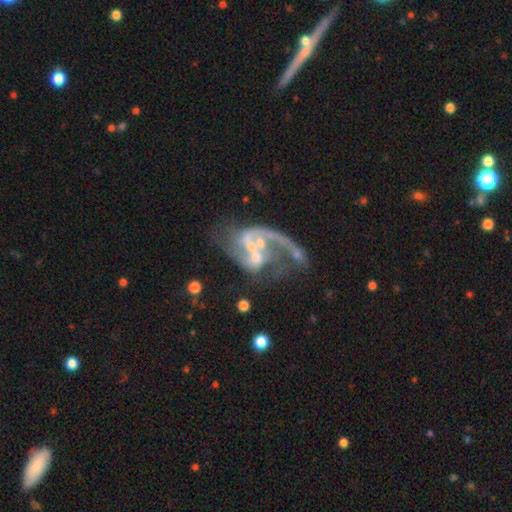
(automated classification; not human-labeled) A featured or disk galaxy (83%) with no bar (52%), 2 (49%) loose (61%) spiral arms (83%) and a small central bulge (45%).

Vote fractions:
- Smooth or featured? featured or disk: 83% / smooth: 9% / star or artifact: 8%
- Edge-on disk? no: 98% / yes: 2%
- Bar? no: 52% / weak: 36% / strong: 12%
- Spiral arms? yes: 83% / no: 17%
- Spiral winding? loose: 61% / medium: 31% / tight: 8%
- Spiral arm count? 2: 49% / 1: 35% / can't tell: 9% / 3: 4% / 4: 2% / more than 4: 2%
- Bulge size? small: 45% / moderate: 28% / none: 22% / large: 3% / dominant: 2%
- Merging? merger: 34% / major disturbance: 33% / none: 23% / minor disturbance: 11%